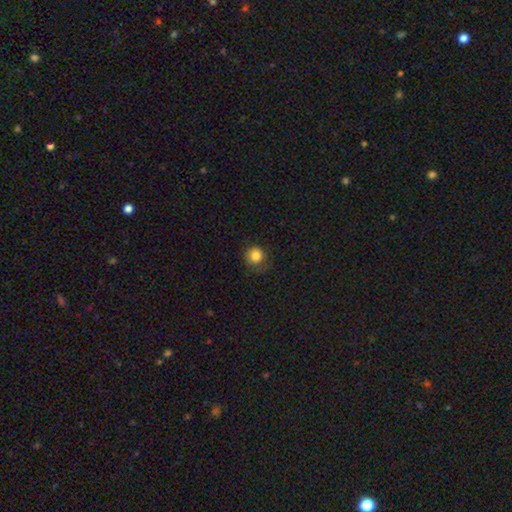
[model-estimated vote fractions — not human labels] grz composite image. It shows a smooth galaxy with no disk features (84%) that is round (91%). Merging: none (74%).